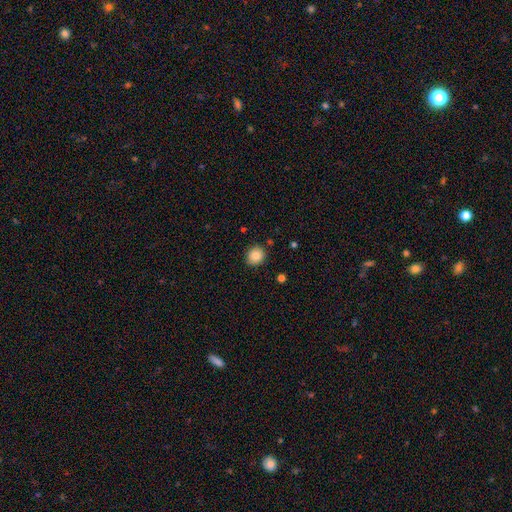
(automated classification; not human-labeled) Morphology: type=smooth (86%); roundness=round (84%); merging=none (88%).